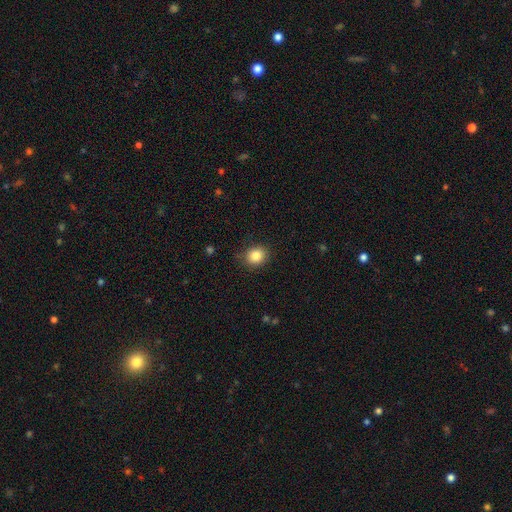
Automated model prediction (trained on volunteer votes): A smooth galaxy with no disk features (85%) that is round (70%). Merging: none (84%).